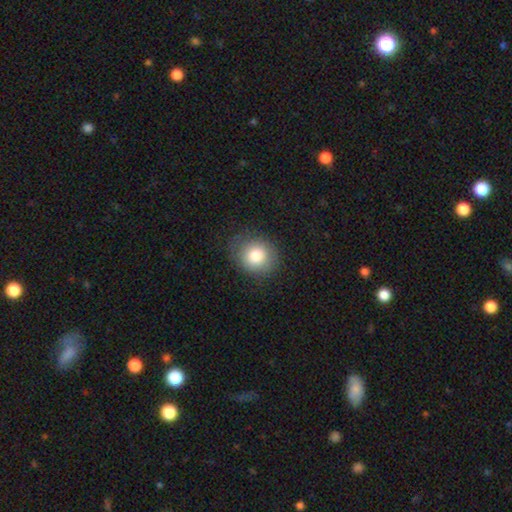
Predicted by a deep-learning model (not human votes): smooth_or_featured: smooth (p=0.81) [alt: featured or disk p=0.10]
how_rounded: round (p=0.79) [alt: in between p=0.20]
merging: none (p=0.81) [alt: minor disturbance p=0.14]